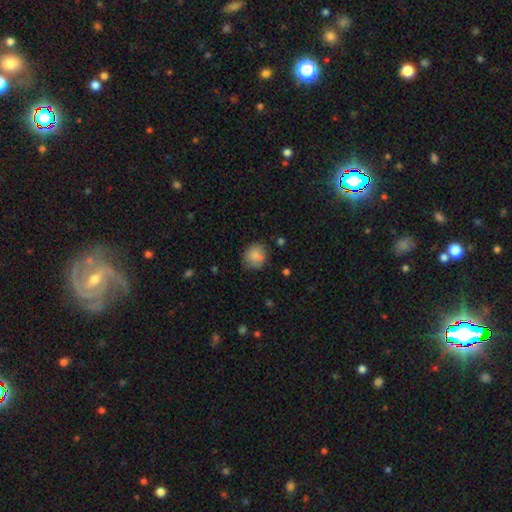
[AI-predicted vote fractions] The model was most divided on "how rounded": round: 77%, in between: 22%, cigar-shaped: 1%. More confident: smooth or featured — smooth (84%); merging — none (77%).